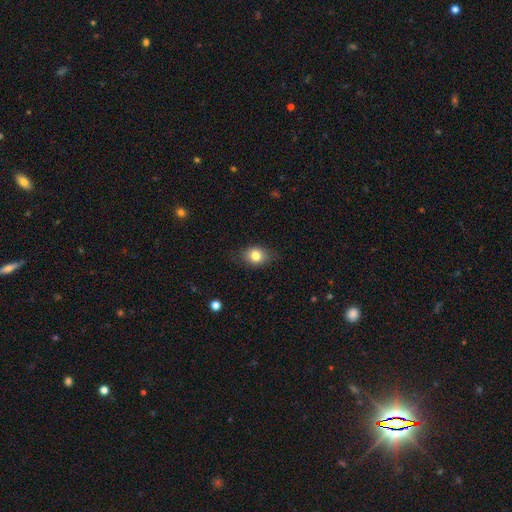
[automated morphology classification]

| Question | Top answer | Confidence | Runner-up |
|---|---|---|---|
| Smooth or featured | smooth | 81% | featured or disk (10%) |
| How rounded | in between | 61% | round (38%) |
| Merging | none | 80% | minor disturbance (16%) |